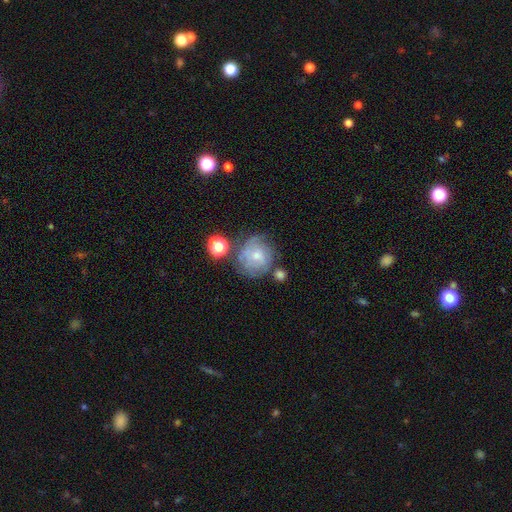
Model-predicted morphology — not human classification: This appears to be a featured or disk galaxy (47%). Merging: none (50%).